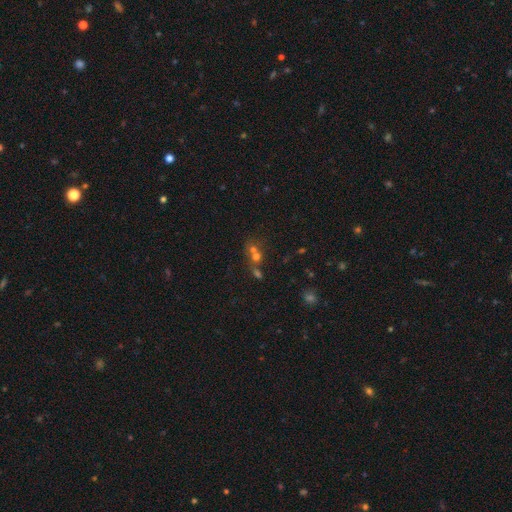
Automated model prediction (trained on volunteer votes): Smooth or featured?
  - smooth: 52% *
  - star or artifact: 27%
  - featured or disk: 21%
How rounded?
  - round: 77% *
  - in between: 22%
  - cigar-shaped: 2%
Merging?
  - merger: 54% *
  - none: 35%
  - minor disturbance: 6%
  - major disturbance: 4%